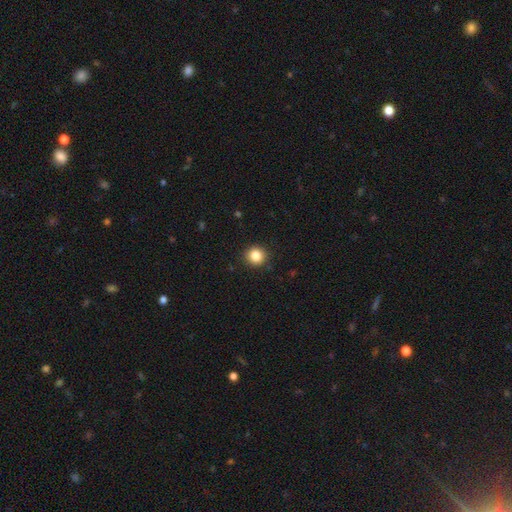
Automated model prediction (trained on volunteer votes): A smooth galaxy with no disk features (85%) that is round (91%).

Vote fractions:
- Smooth or featured? smooth: 85% / star or artifact: 11% / featured or disk: 4%
- How rounded? round: 91% / in between: 8% / cigar-shaped: 1%
- Merging? none: 91% / minor disturbance: 6% / major disturbance: 2% / merger: 1%